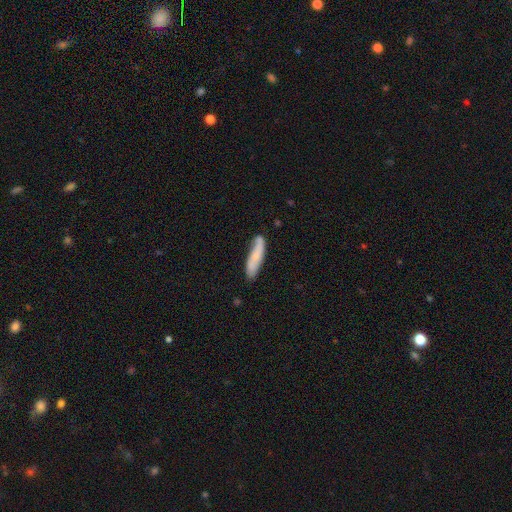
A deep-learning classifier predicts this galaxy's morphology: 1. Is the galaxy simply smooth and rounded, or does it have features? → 61% smooth, 32% featured or disk, 6% star or artifact.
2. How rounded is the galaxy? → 78% cigar-shaped, 20% in between, 2% round.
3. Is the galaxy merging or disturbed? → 71% none, 21% minor disturbance, 4% major disturbance, 4% merger.